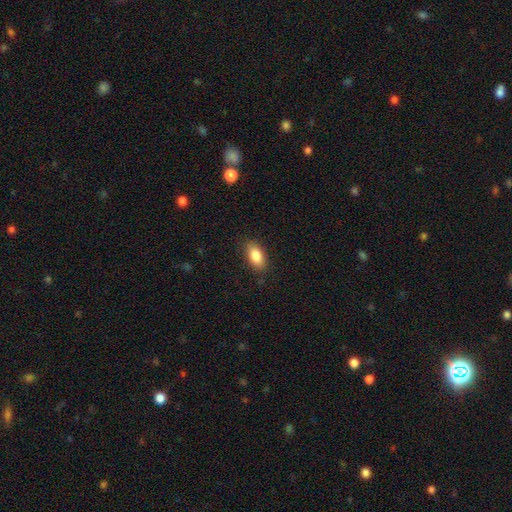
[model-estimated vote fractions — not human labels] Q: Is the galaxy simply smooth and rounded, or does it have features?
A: smooth — 84%.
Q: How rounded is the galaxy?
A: in between — 90%.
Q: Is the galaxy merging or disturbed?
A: none — 86%.